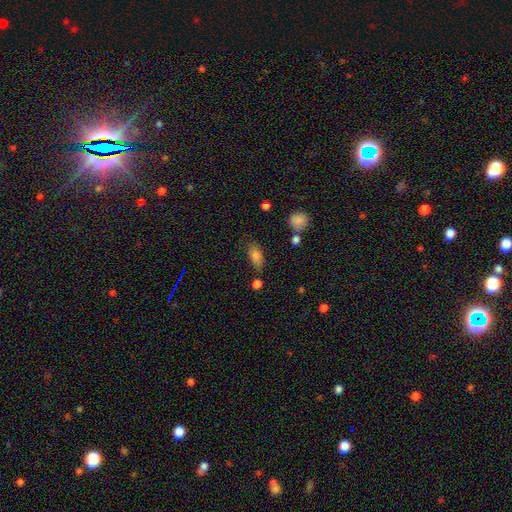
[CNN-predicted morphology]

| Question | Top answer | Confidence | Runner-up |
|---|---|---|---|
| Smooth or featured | smooth | 79% | featured or disk (11%) |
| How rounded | in between | 85% | cigar-shaped (9%) |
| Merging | none | 63% | minor disturbance (24%) |